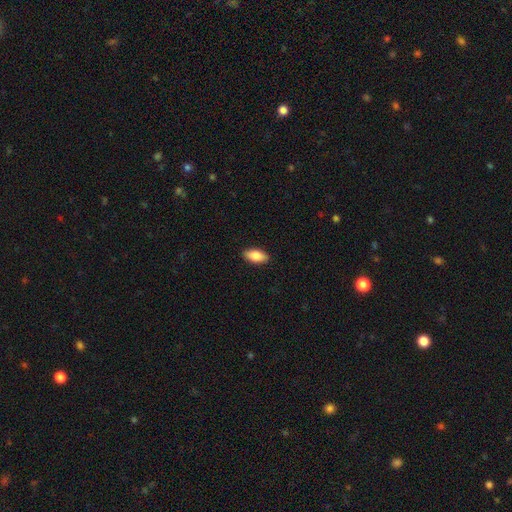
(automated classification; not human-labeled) Smooth or featured? Predicted: smooth (p=0.85). How rounded? Predicted: in between (p=0.90). Merging? Predicted: none (p=0.90).